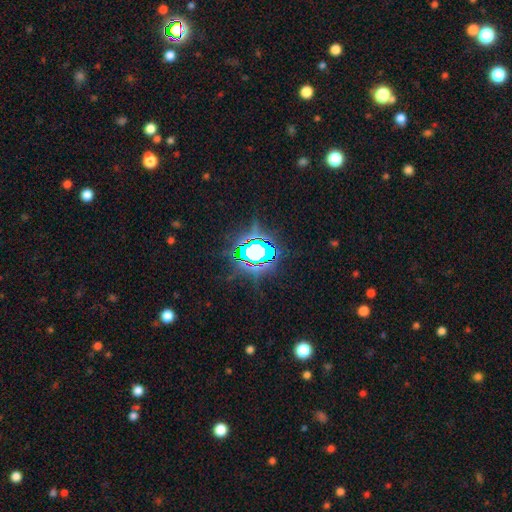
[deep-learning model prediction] This appears to be a star or artifact, not a galaxy (79%).